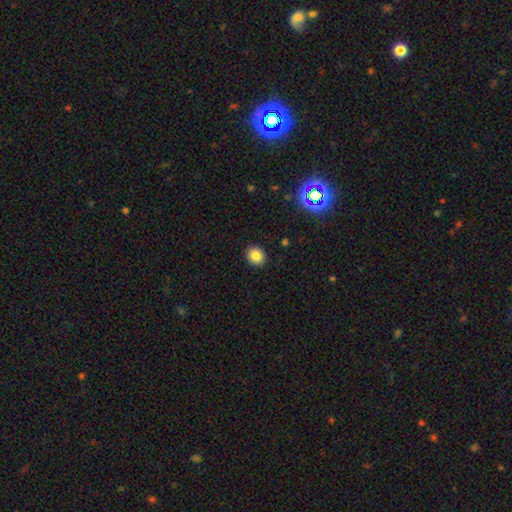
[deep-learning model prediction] smooth 83%, star or artifact 11%, featured or disk 6%. Down the decision tree: how rounded — round (71%); merging — none (91%).